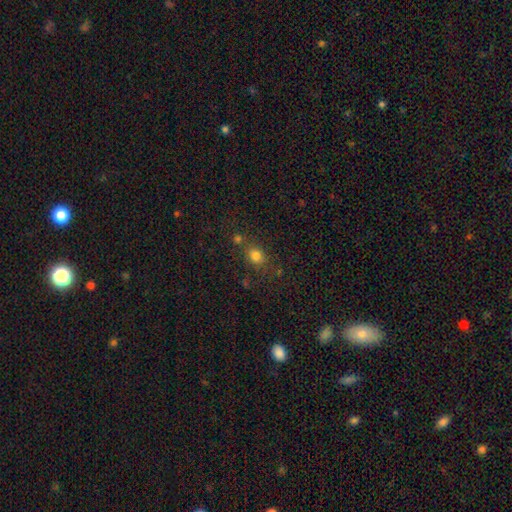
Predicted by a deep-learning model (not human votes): A smooth galaxy with no disk features (78%) that is round (53%).

Vote fractions:
- Smooth or featured? smooth: 78% / star or artifact: 15% / featured or disk: 7%
- How rounded? round: 53% / in between: 45% / cigar-shaped: 2%
- Merging? none: 67% / merger: 14% / minor disturbance: 13% / major disturbance: 6%